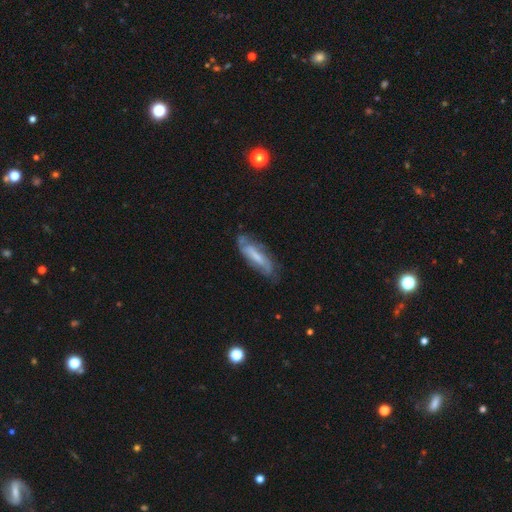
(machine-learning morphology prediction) Smooth or featured? Predicted: featured or disk (p=0.59). Edge-on disk? Predicted: no (p=0.73). Merging? Predicted: none (p=0.65).